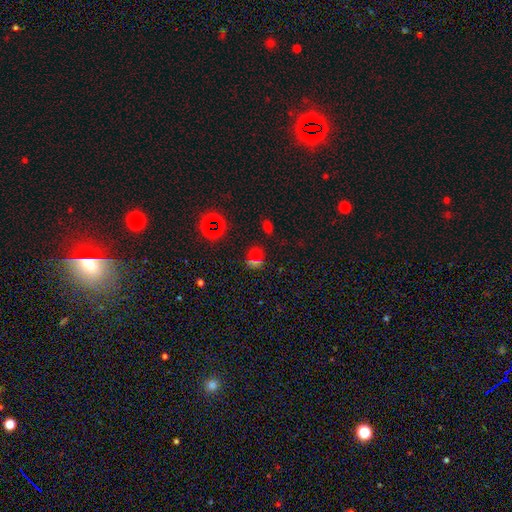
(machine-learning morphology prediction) Smooth or featured? star or artifact (48%)